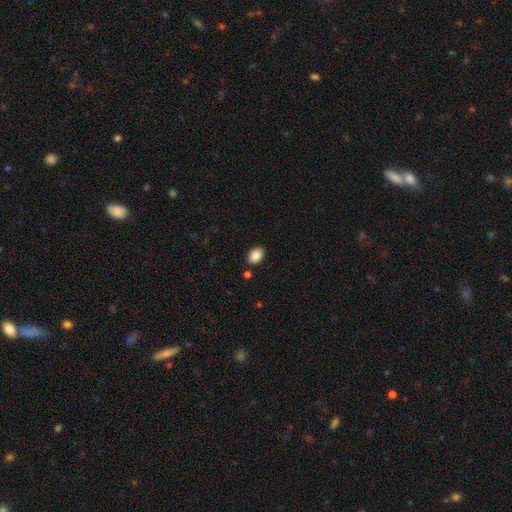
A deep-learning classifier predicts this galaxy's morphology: smooth-or-featured: smooth: 88% | star or artifact: 8% | featured or disk: 4%
  how-rounded: in between: 75% | round: 24% | cigar-shaped: 1%
  merging: none: 85% | minor disturbance: 9% | merger: 3% | major disturbance: 2%